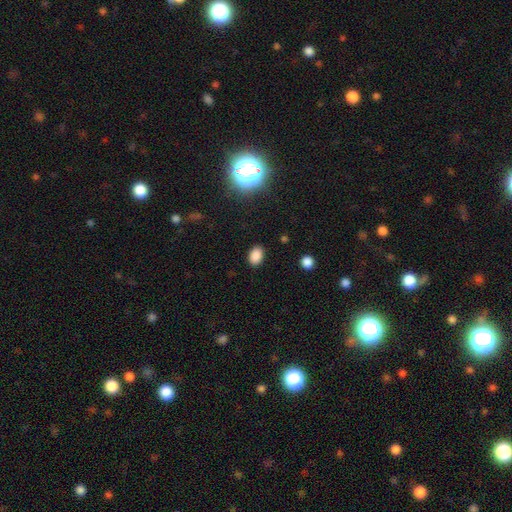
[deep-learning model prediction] smooth-or-featured: smooth: 86% | star or artifact: 11% | featured or disk: 3%
  how-rounded: in between: 81% | round: 18% | cigar-shaped: 1%
  merging: none: 87% | minor disturbance: 9% | major disturbance: 3% | merger: 1%